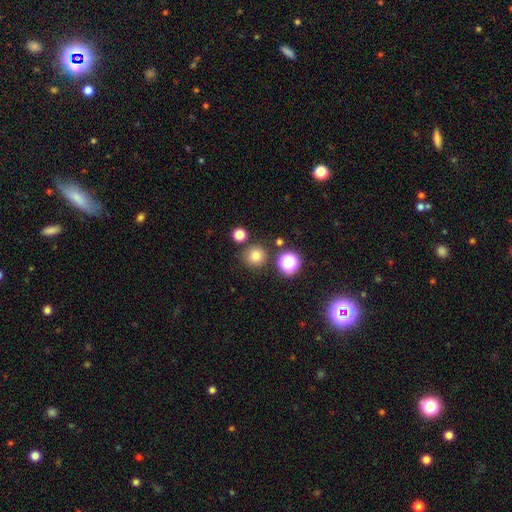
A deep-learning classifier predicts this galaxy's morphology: smooth-or-featured: smooth: 77% | star or artifact: 17% | featured or disk: 6%
  how-rounded: round: 94% | in between: 6% | cigar-shaped: 1%
  merging: none: 82% | minor disturbance: 8% | merger: 7% | major disturbance: 3%